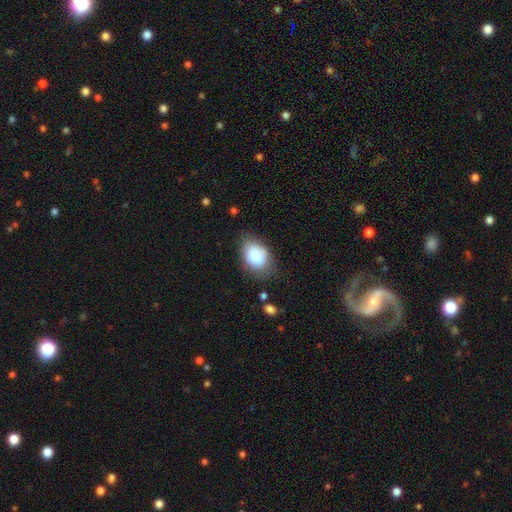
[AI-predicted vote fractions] smooth 85%, featured or disk 8%, star or artifact 7%. Down the decision tree: how rounded — in between (80%); merging — none (64%).